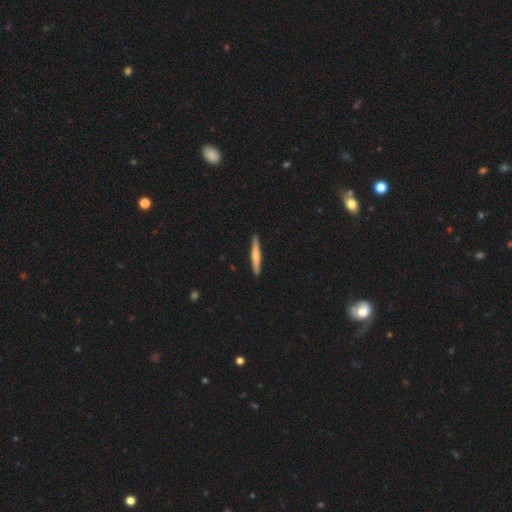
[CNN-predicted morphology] This appears to be a smooth galaxy with no disk features (54%) that is cigar-shaped (94%). Merging: none (91%).